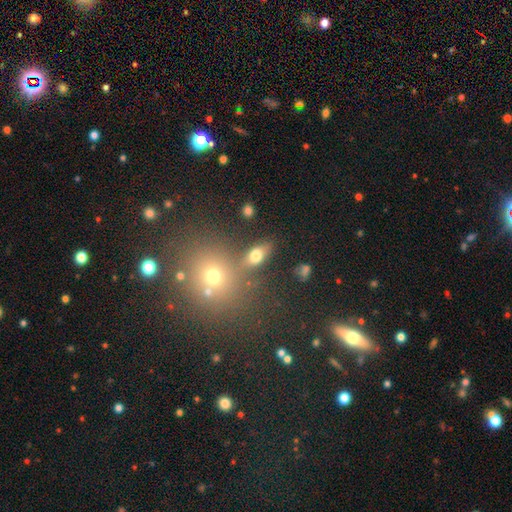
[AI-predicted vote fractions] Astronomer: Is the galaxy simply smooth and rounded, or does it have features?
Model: smooth — 71%.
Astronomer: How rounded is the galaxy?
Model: in between — 78%.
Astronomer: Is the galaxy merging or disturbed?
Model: none — 67%.